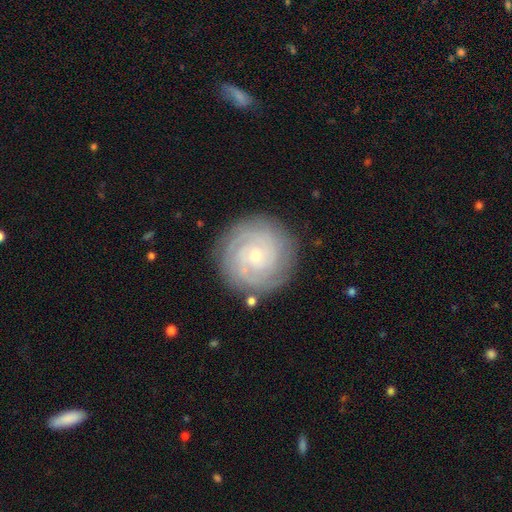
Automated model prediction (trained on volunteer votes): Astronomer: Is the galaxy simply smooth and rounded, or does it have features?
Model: featured or disk — 80%.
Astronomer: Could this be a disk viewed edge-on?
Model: no — 98%.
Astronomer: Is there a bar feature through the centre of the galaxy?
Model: no — 79%.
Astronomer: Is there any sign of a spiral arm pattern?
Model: yes — 96%.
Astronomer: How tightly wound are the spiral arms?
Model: tight — 83%.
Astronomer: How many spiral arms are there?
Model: can't tell — 28% (runner-up: 3, 23%).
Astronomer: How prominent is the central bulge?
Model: small — 81%.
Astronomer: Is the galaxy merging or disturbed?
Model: none — 84%.